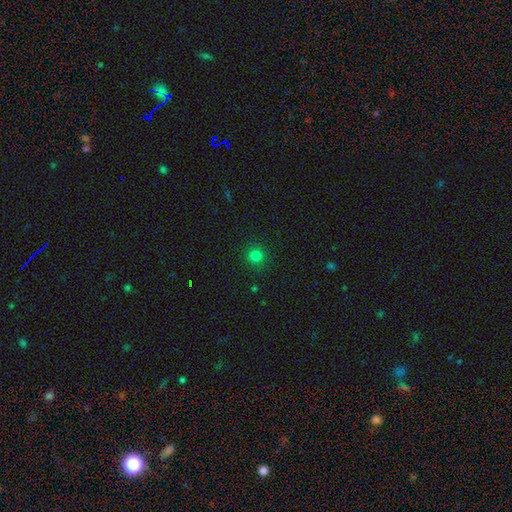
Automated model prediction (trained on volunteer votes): This is clearly a smooth galaxy (80%). How rounded: clearly round (93%). Merging: clearly none (90%).